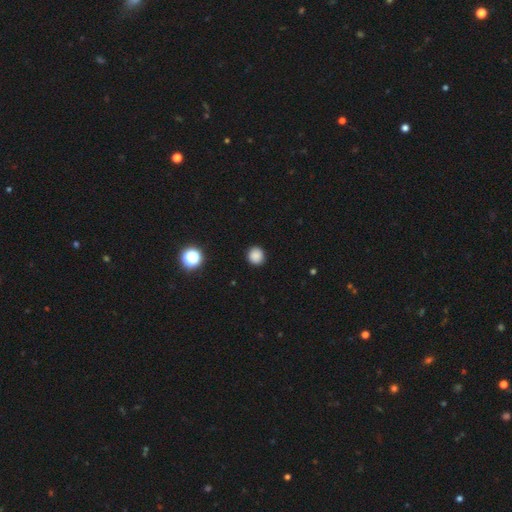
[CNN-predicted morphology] Smooth or featured? Predicted: smooth (p=0.85). How rounded? Predicted: round (p=0.90). Merging? Predicted: none (p=0.92).